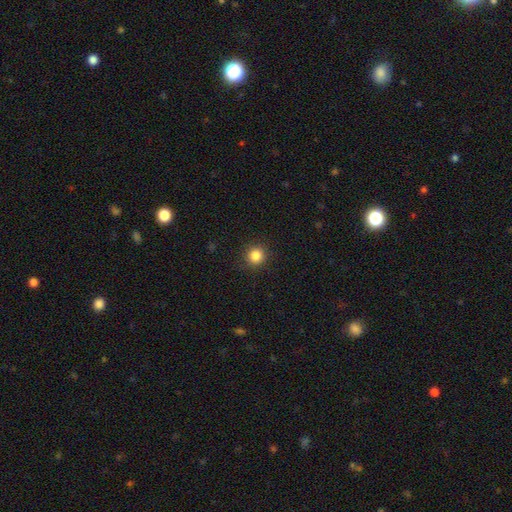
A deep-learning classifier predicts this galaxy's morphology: type=smooth (85%); roundness=round (93%); merging=none (91%).